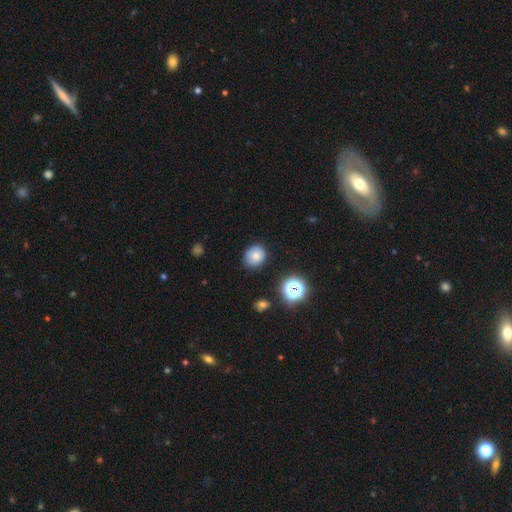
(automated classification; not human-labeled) smooth_or_featured: smooth (p=0.78) [alt: star or artifact p=0.12]
how_rounded: round (p=0.69) [alt: in between p=0.30]
merging: none (p=0.83) [alt: minor disturbance p=0.12]